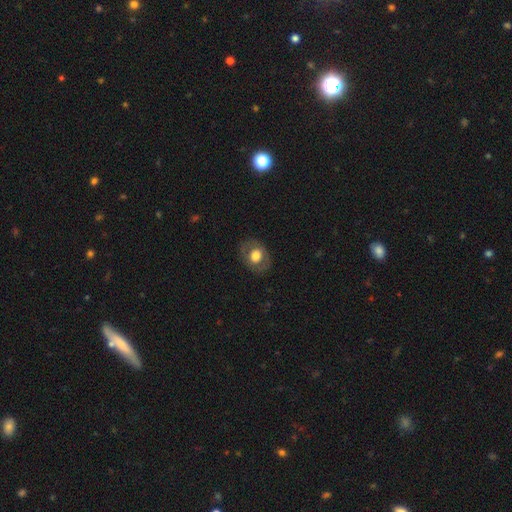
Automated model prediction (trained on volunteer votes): smooth 62%, featured or disk 30%, star or artifact 8%. Down the decision tree: how rounded — in between (56%); merging — none (81%).